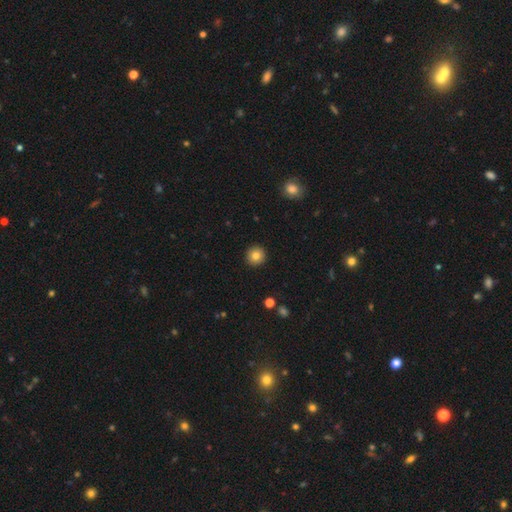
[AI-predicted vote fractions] smooth 83%, star or artifact 10%, featured or disk 8%. Down the decision tree: how rounded — round (94%); merging — none (93%).